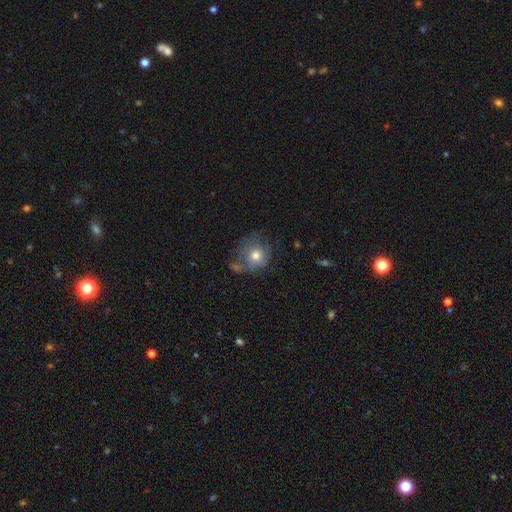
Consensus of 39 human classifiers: Q: Smooth or featured?
A: smooth (59%); runner-up: featured or disk (36%)
Q: How rounded?
A: round (87%); runner-up: in between (13%)
Q: Merging?
A: none (70%); runner-up: minor disturbance (16%)